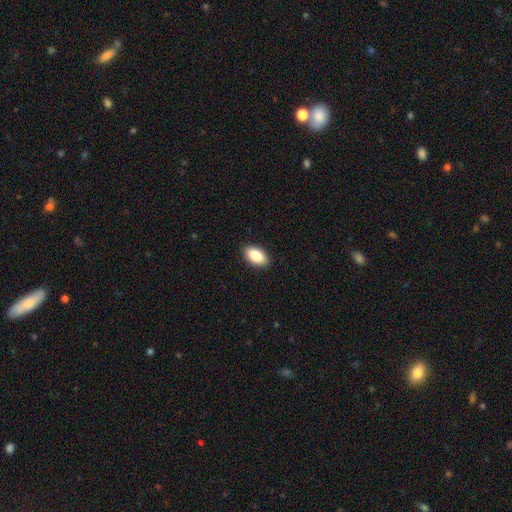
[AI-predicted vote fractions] Overall: smooth (86%). How rounded: in between (94%). Merging: none (90%).